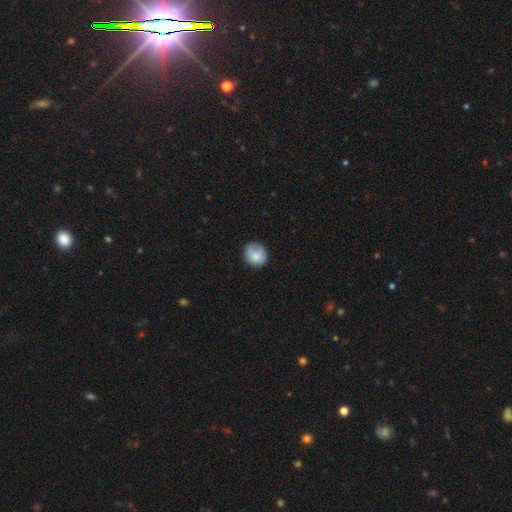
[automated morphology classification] smooth_or_featured: smooth (p=0.83) [alt: featured or disk p=0.09]
how_rounded: round (p=0.83) [alt: in between p=0.16]
merging: none (p=0.76) [alt: minor disturbance p=0.19]